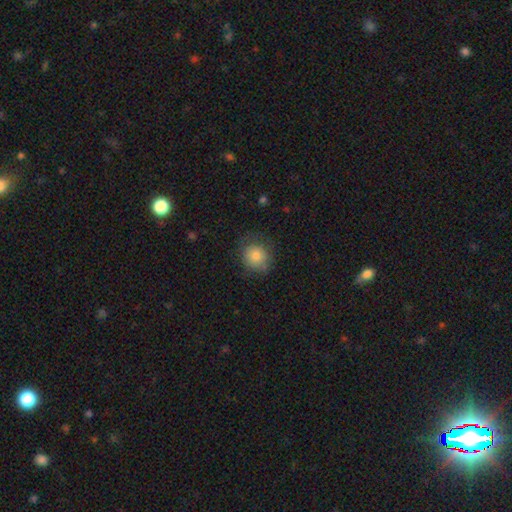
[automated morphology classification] smooth-or-featured: smooth: 80% | featured or disk: 10% | star or artifact: 10%
  how-rounded: round: 81% | in between: 18% | cigar-shaped: 1%
  merging: none: 73% | minor disturbance: 19% | major disturbance: 6% | merger: 1%